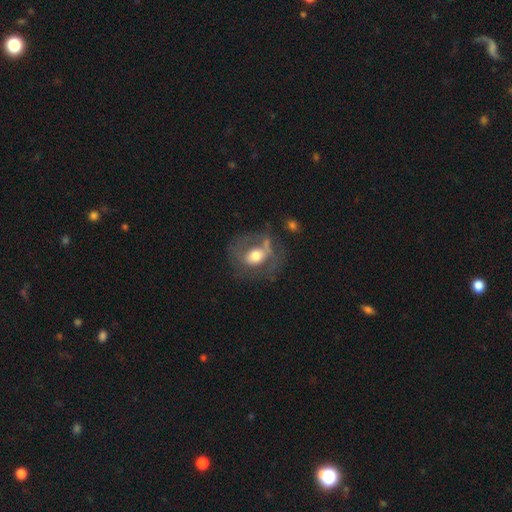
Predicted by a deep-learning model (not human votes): A featured or disk galaxy (49%). Merging: none (51%).